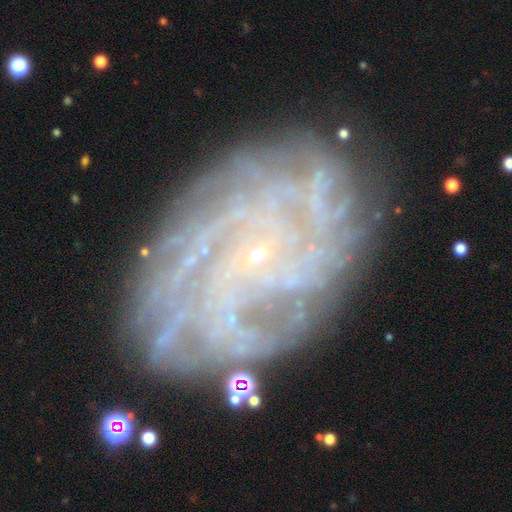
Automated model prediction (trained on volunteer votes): The model was most divided on "spiral arm count": can't tell: 31%, more than 4: 23%, 4: 18%, 3: 11%, 2: 10%, 1: 8%. More confident: edge-on disk — no (97%); spiral arms — yes (91%); bulge size — small (85%); smooth or featured — featured or disk (83%); bar — no (75%); merging — none (71%); spiral winding — tight (61%).